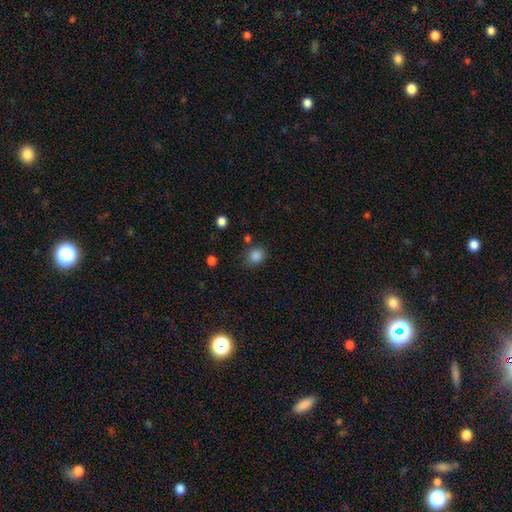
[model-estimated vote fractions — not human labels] A smooth galaxy with no disk features (84%) that is round (75%).

Vote fractions:
- Smooth or featured? smooth: 84% / star or artifact: 12% / featured or disk: 4%
- How rounded? round: 75% / in between: 24% / cigar-shaped: 1%
- Merging? none: 76% / minor disturbance: 15% / merger: 5% / major disturbance: 4%